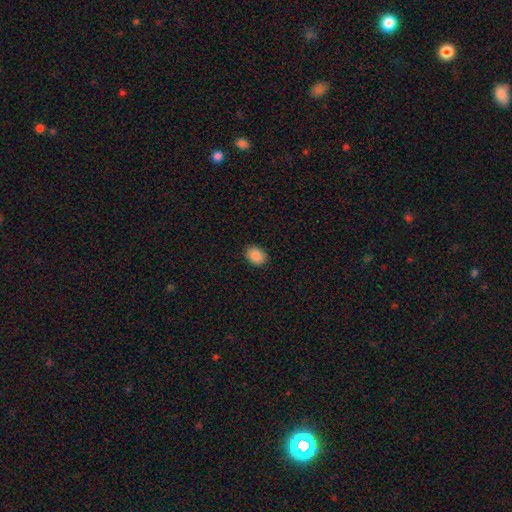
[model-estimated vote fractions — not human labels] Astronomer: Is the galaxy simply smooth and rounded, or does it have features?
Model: smooth — 88%.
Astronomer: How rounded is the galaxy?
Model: in between — 66%.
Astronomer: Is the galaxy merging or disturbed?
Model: none — 89%.